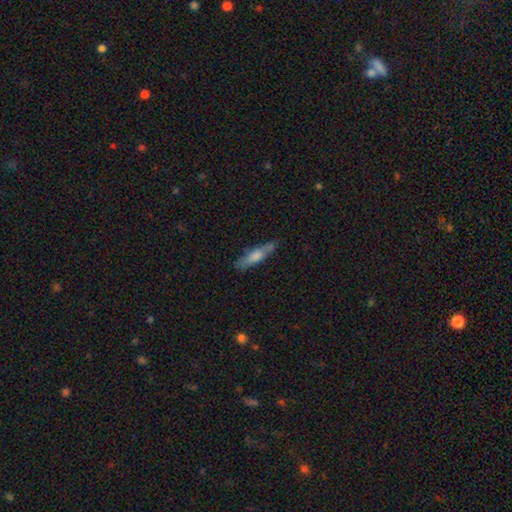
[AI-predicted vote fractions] smooth-or-featured: smooth: 57% | featured or disk: 36% | star or artifact: 7%
  how-rounded: cigar-shaped: 78% | in between: 20% | round: 2%
  merging: none: 73% | minor disturbance: 19% | major disturbance: 4% | merger: 4%